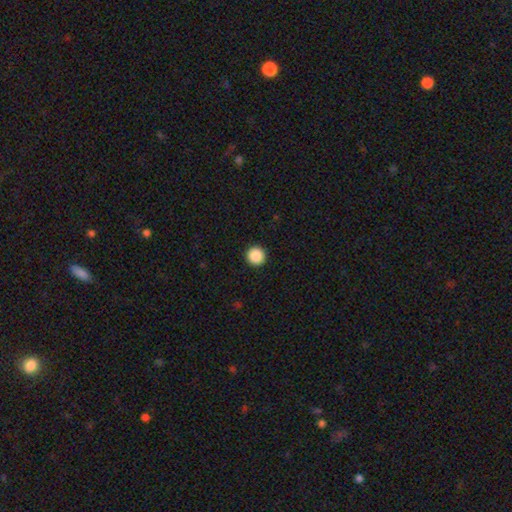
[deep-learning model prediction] smooth-or-featured: smooth: 89% | star or artifact: 9% | featured or disk: 3%
  how-rounded: round: 96% | in between: 3% | cigar-shaped: 1%
  merging: none: 94% | minor disturbance: 4% | major disturbance: 1% | merger: 1%